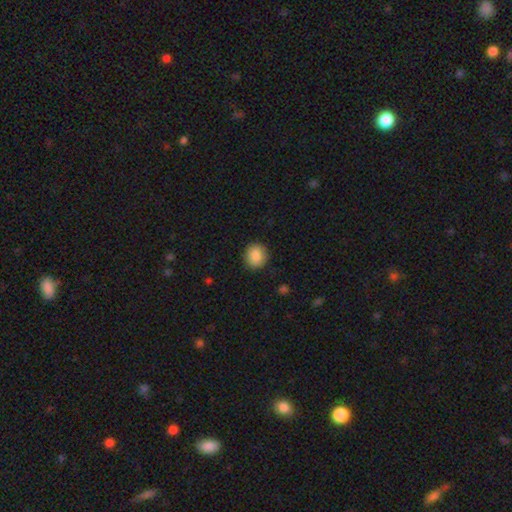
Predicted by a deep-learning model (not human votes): This appears to be a smooth galaxy with no disk features (88%) that is round (81%). Merging: none (89%).